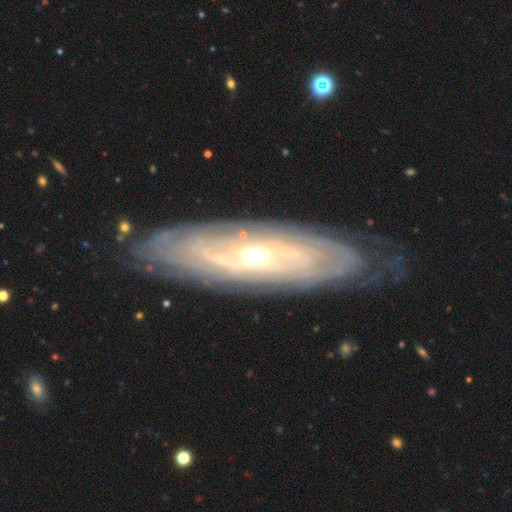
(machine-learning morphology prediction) A featured or disk galaxy (84%) with no bar (59%), tight (77%) spiral arms (86%) and a moderate central bulge (51%).

Vote fractions:
- Smooth or featured? featured or disk: 84% / smooth: 10% / star or artifact: 6%
- Edge-on disk? no: 77% / yes: 23%
- Bar? no: 59% / weak: 28% / strong: 13%
- Spiral arms? yes: 86% / no: 14%
- Spiral winding? tight: 77% / medium: 18% / loose: 6%
- Spiral arm count? can't tell: 59% / 2: 15% / more than 4: 8% / 3: 7% / 4: 7% / 1: 4%
- Bulge size? moderate: 51% / small: 44% / large: 3% / dominant: 1% / none: 1%
- Merging? none: 83% / minor disturbance: 12% / major disturbance: 3% / merger: 1%